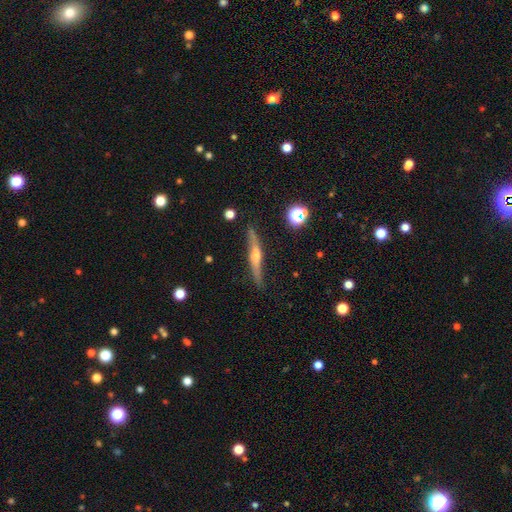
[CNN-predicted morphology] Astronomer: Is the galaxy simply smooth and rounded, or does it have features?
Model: featured or disk — 67%.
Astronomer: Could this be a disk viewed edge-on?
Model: yes — 93%.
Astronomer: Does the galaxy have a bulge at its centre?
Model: rounded — 83%.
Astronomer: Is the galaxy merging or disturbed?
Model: none — 83%.